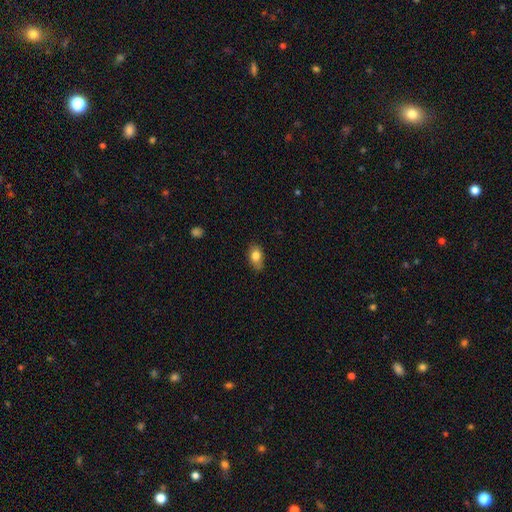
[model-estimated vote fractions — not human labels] Overall: smooth (81%). How rounded: in between (84%). Merging: none (75%).